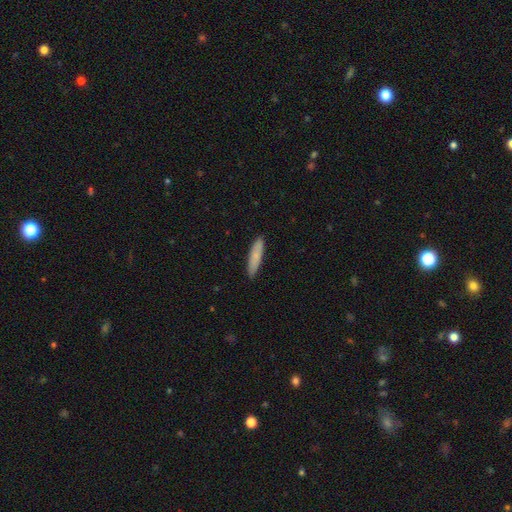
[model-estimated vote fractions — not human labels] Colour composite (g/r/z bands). It shows a smooth galaxy with no disk features (78%) that is cigar-shaped (78%). Merging: none (88%).